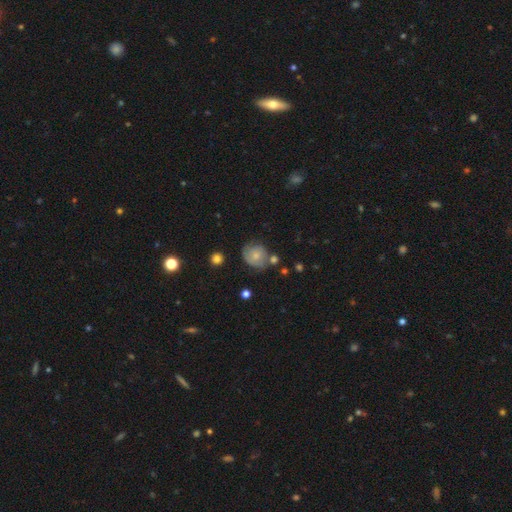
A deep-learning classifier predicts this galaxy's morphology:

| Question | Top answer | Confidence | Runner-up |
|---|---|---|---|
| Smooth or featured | smooth | 61% | featured or disk (30%) |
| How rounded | round | 73% | in between (26%) |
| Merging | none | 57% | minor disturbance (26%) |